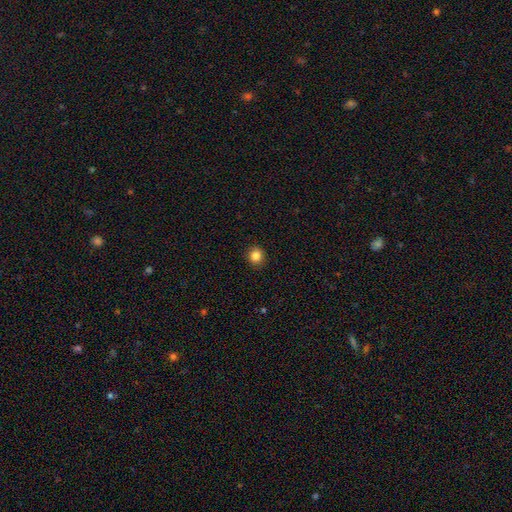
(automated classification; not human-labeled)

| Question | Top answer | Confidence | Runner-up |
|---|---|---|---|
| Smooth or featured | smooth | 85% | star or artifact (11%) |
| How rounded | round | 88% | in between (11%) |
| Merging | none | 92% | minor disturbance (5%) |